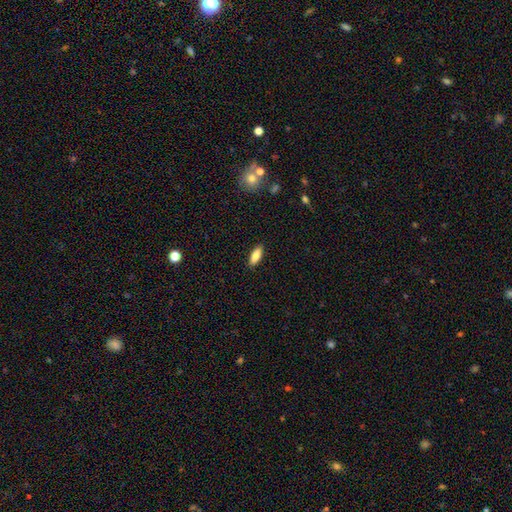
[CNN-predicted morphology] smooth-or-featured: smooth: 85% | featured or disk: 9% | star or artifact: 7%
  how-rounded: in between: 74% | cigar-shaped: 24% | round: 2%
  merging: none: 89% | minor disturbance: 8% | major disturbance: 2% | merger: 1%